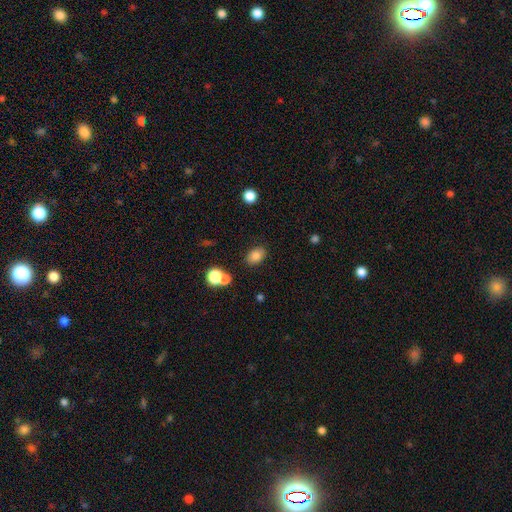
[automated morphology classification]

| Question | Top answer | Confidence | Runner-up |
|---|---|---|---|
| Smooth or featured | smooth | 81% | star or artifact (11%) |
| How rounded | in between | 79% | round (20%) |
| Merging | none | 82% | minor disturbance (10%) |